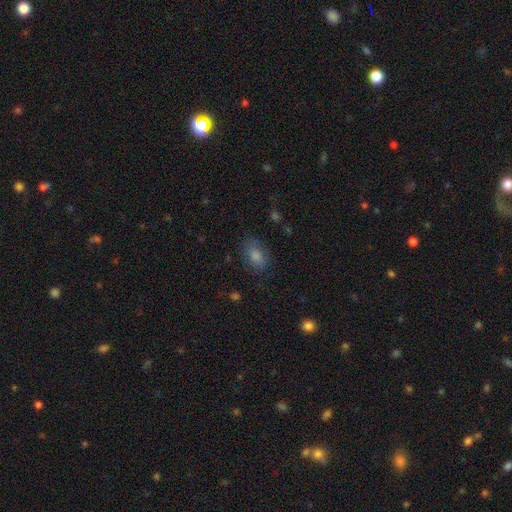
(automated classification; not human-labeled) Overall: smooth (72%). How rounded: in between (81%). Merging: none (79%).